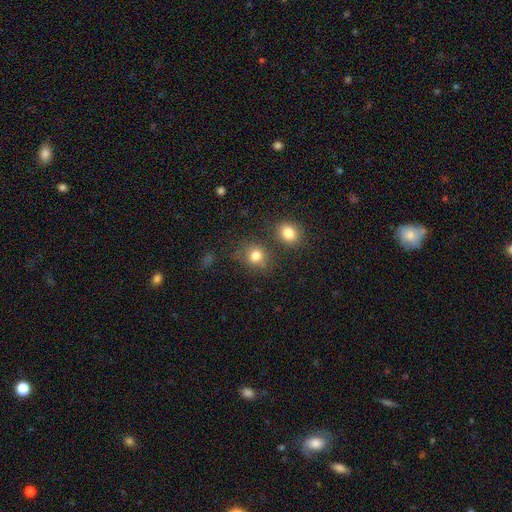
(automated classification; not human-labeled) Smooth or featured: smooth — 79% (star or artifact — 14%)
How rounded: round — 75% (in between — 24%)
Merging: none — 70% (minor disturbance — 13%)